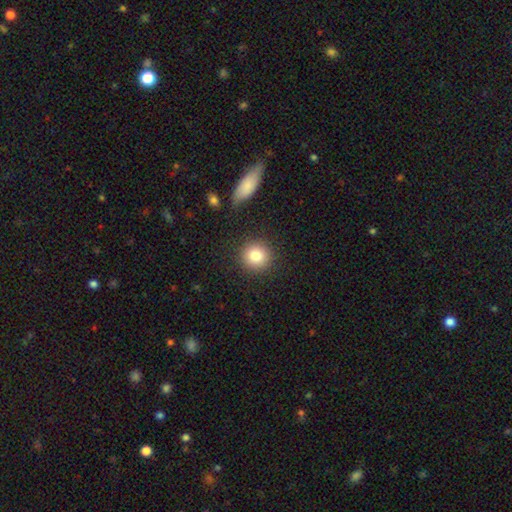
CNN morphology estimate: smooth-or-featured: smooth: 82% | star or artifact: 10% | featured or disk: 8%
  how-rounded: round: 91% | in between: 8% | cigar-shaped: 1%
  merging: none: 88% | minor disturbance: 8% | major disturbance: 3% | merger: 2%